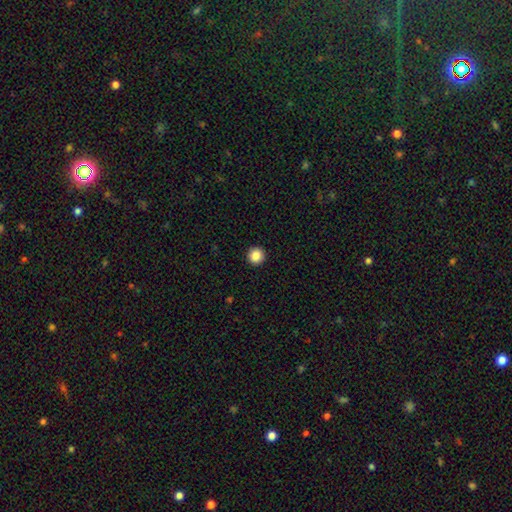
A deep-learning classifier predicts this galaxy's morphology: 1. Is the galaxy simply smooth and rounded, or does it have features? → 87% smooth, 10% star or artifact, 3% featured or disk.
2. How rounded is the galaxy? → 96% round, 3% in between, 1% cigar-shaped.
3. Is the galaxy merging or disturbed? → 94% none, 4% minor disturbance, 1% major disturbance, 1% merger.